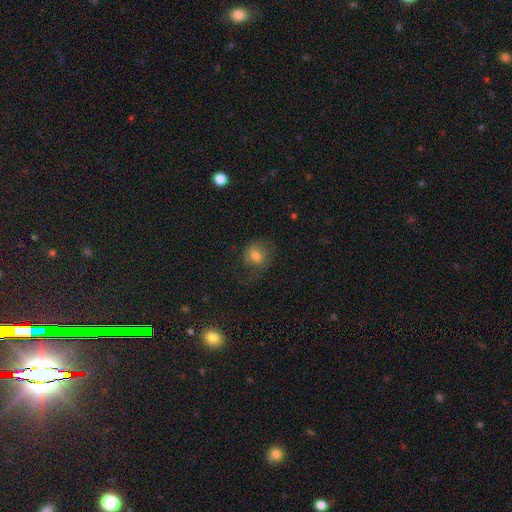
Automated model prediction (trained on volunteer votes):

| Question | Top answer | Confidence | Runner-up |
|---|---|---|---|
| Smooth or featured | smooth | 71% | featured or disk (17%) |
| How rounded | round | 70% | in between (29%) |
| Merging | none | 55% | major disturbance (23%) |